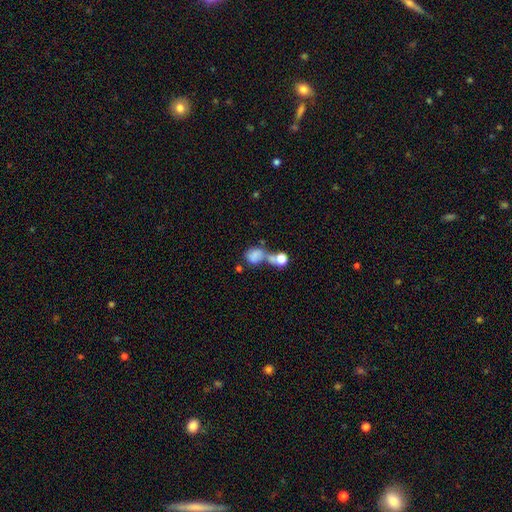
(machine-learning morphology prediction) A smooth galaxy with no disk features (73%) that is round (50%). Merging: merger (54%).